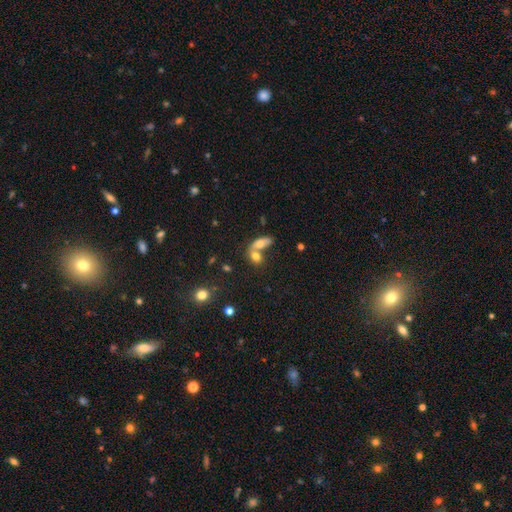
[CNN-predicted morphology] Q: Smooth or featured?
A: smooth (59%); runner-up: featured or disk (21%)
Q: How rounded?
A: in between (63%); runner-up: round (26%)
Q: Merging?
A: merger (54%); runner-up: none (32%)